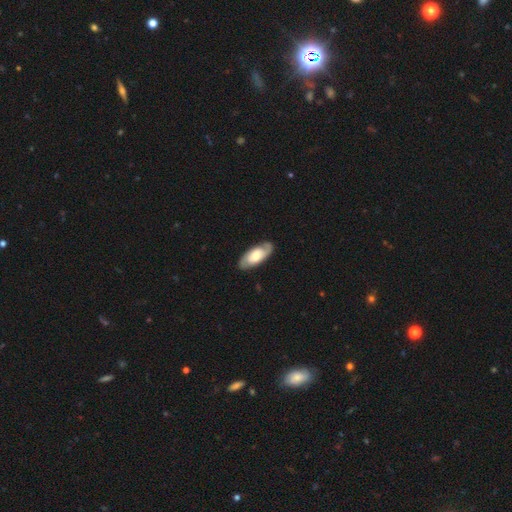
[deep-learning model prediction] smooth_or_featured: featured or disk (p=0.59) [alt: smooth p=0.36]
disk_edge_on: no (p=0.87) [alt: yes p=0.13]
bar: no (p=0.63) [alt: weak p=0.28]
has_spiral_arms: yes (p=0.79) [alt: no p=0.21]
bulge_size: moderate (p=0.49) [alt: large p=0.30]
merging: none (p=0.85) [alt: minor disturbance p=0.11]